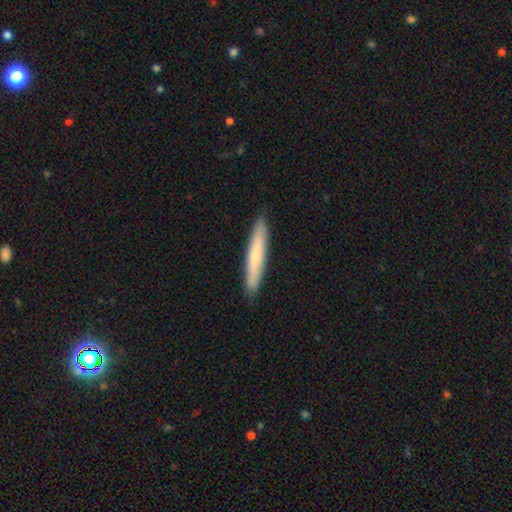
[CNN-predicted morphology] This appears to be a smooth galaxy with no disk features (67%) that is cigar-shaped (95%). Merging: none (91%).